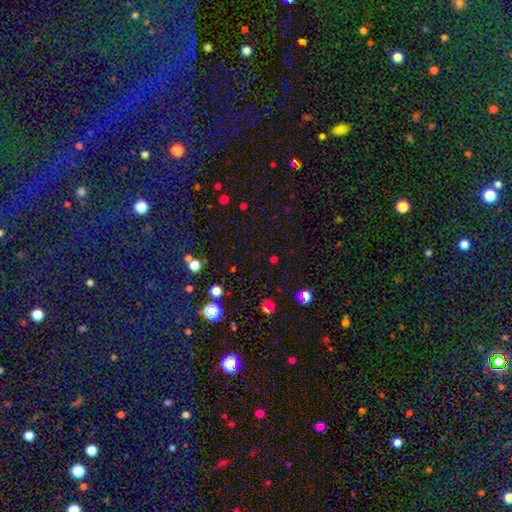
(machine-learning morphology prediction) A star or artifact, not a galaxy (58%).

Vote fractions:
- Smooth or featured? star or artifact: 58% / smooth: 34% / featured or disk: 7%